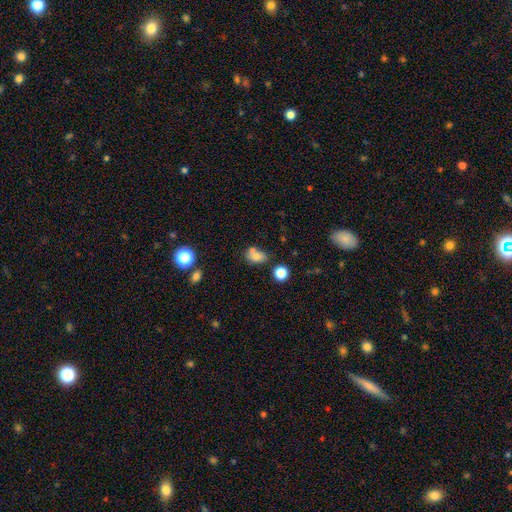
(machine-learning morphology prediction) This appears to be a smooth galaxy with no disk features (74%) that is in between round and cigar-shaped (69%). Merging: none (47%).